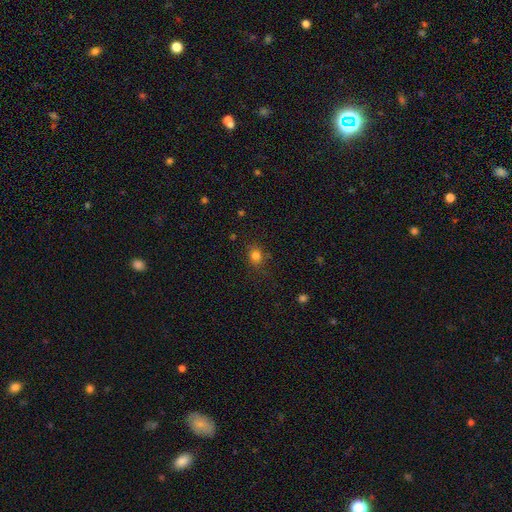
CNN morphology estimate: Smooth or featured? smooth (81%)
How rounded? round (63%)
Merging? none (78%)